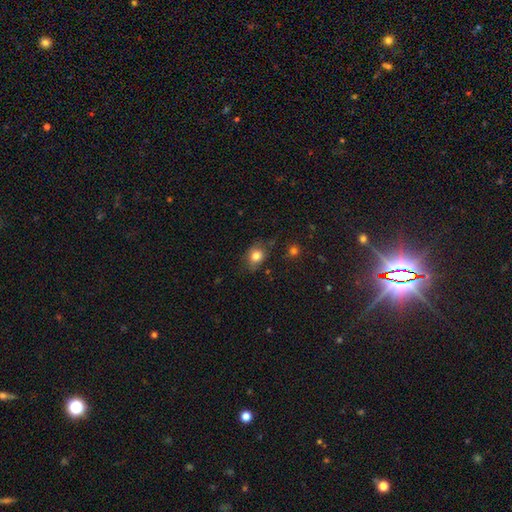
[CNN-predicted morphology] smooth 79%, star or artifact 11%, featured or disk 10%. Down the decision tree: how rounded — in between (52%); merging — none (69%).